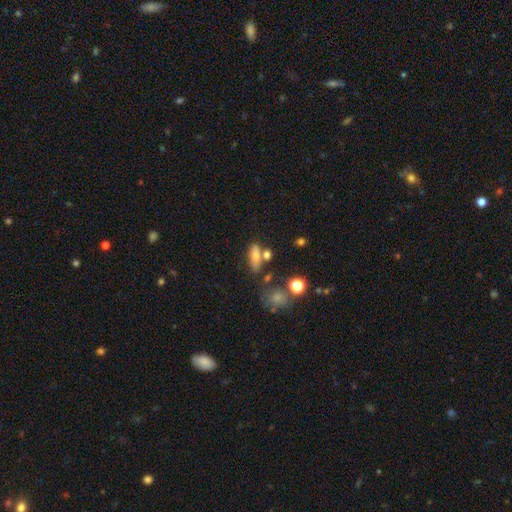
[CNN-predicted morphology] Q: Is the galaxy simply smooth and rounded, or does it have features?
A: smooth — 70%.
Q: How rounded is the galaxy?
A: in between — 63%.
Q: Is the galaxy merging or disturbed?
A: none — 55%.